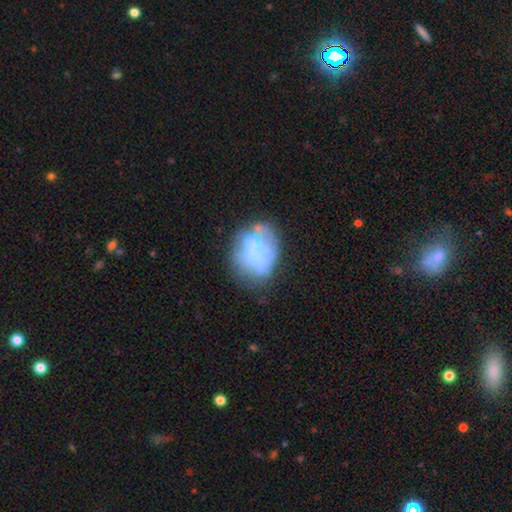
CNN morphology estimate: A featured or disk galaxy (47%).

Vote fractions:
- Smooth or featured? featured or disk: 47% / smooth: 42% / star or artifact: 12%
- Merging? none: 42% / minor disturbance: 22% / major disturbance: 20% / merger: 15%